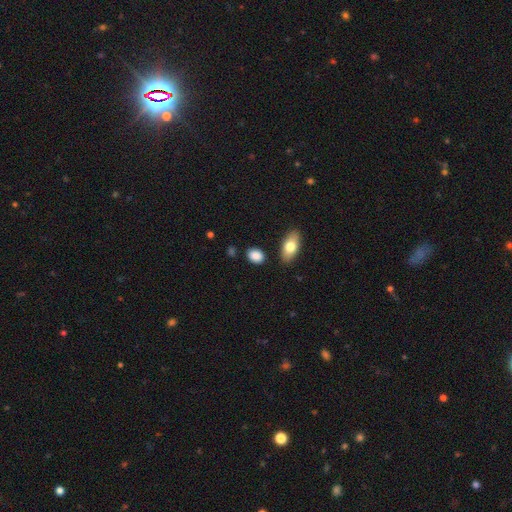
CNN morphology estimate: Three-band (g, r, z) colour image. It shows a smooth galaxy with no disk features (87%) that is in between round and cigar-shaped (76%). Merging: none (83%).